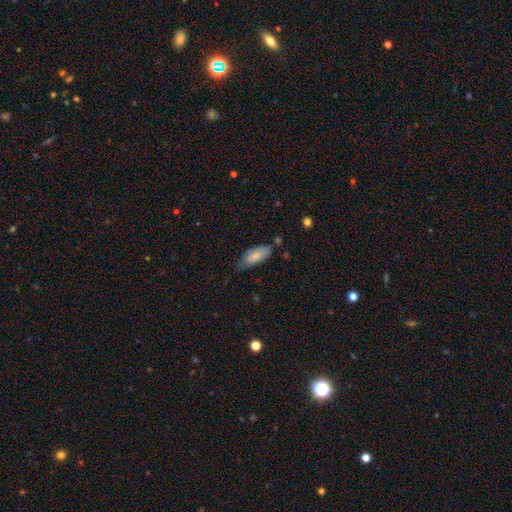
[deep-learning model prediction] smooth 79%, featured or disk 14%, star or artifact 6%. Down the decision tree: how rounded — in between (79%); merging — none (60%).